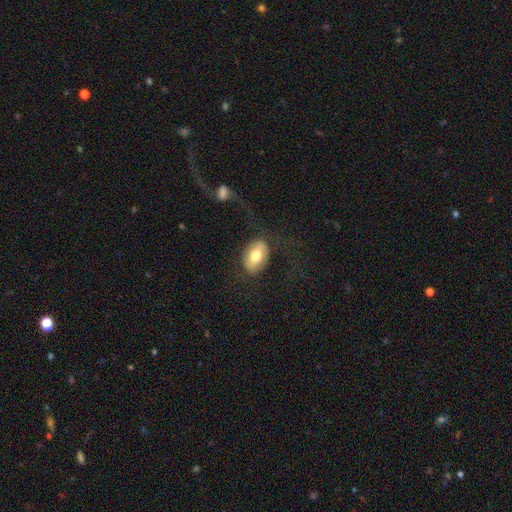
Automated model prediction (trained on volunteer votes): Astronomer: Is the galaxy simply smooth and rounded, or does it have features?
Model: smooth — 57% (runner-up: featured or disk, 36%).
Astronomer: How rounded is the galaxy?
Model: in between — 85%.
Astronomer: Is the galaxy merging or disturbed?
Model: none — 68%.